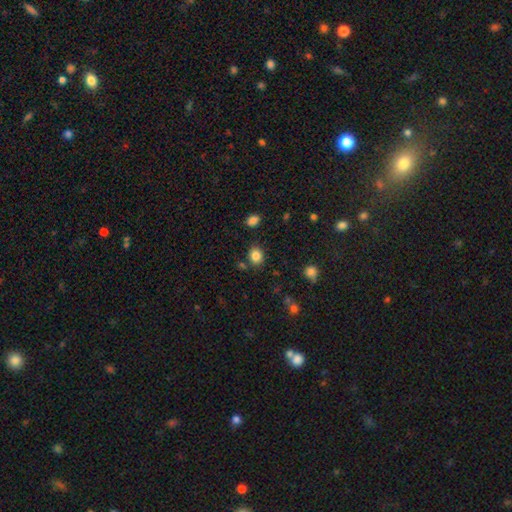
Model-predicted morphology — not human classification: Smooth or featured?
  - smooth: 84% *
  - star or artifact: 11%
  - featured or disk: 5%
How rounded?
  - round: 61% *
  - in between: 38%
  - cigar-shaped: 1%
Merging?
  - none: 82% *
  - minor disturbance: 10%
  - merger: 5%
  - major disturbance: 3%